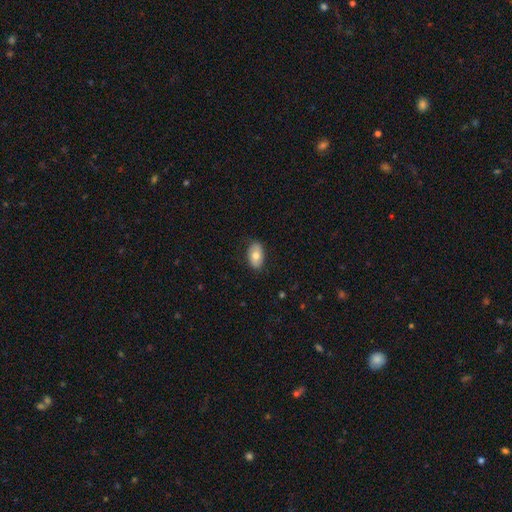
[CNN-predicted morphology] Smooth or featured? smooth (72%)
How rounded? in between (92%)
Merging? none (83%)